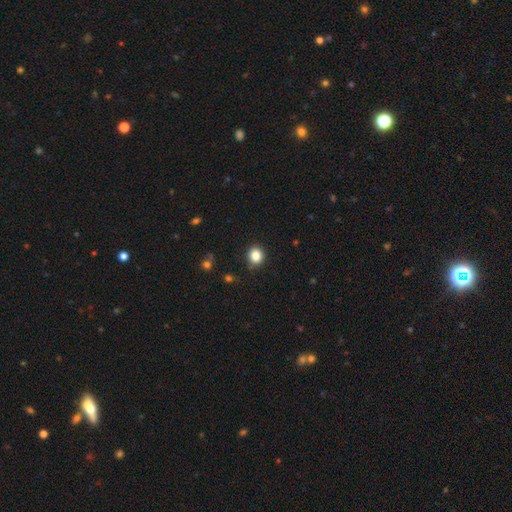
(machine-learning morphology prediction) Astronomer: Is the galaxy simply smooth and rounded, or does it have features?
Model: smooth — 84%.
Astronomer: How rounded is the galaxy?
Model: round — 77%.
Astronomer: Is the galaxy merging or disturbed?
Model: none — 88%.